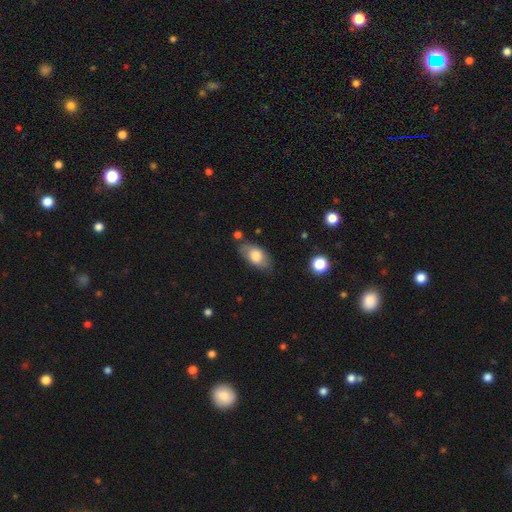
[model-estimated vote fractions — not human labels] A smooth galaxy with no disk features (74%) that is in between round and cigar-shaped (90%). Merging: none (72%).